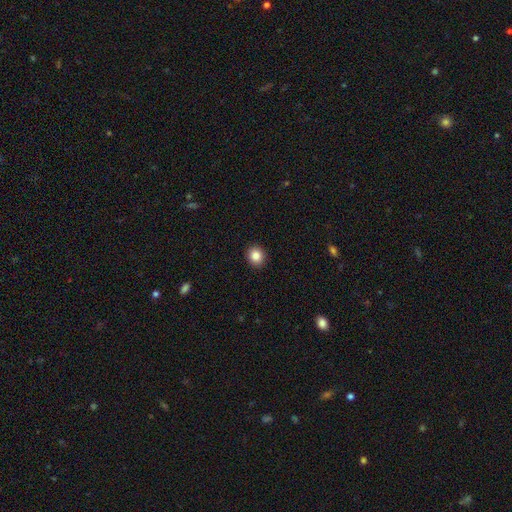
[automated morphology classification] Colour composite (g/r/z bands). It shows a smooth galaxy with no disk features (85%) that is round (76%). Merging: none (92%).